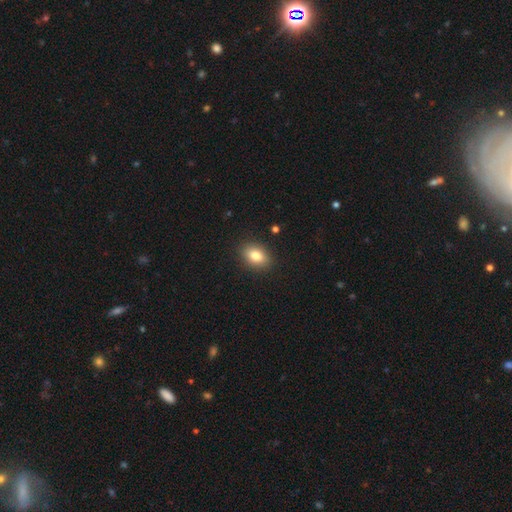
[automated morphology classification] Smooth or featured: smooth — 82% (featured or disk — 9%)
How rounded: in between — 82% (round — 16%)
Merging: none — 88% (minor disturbance — 8%)